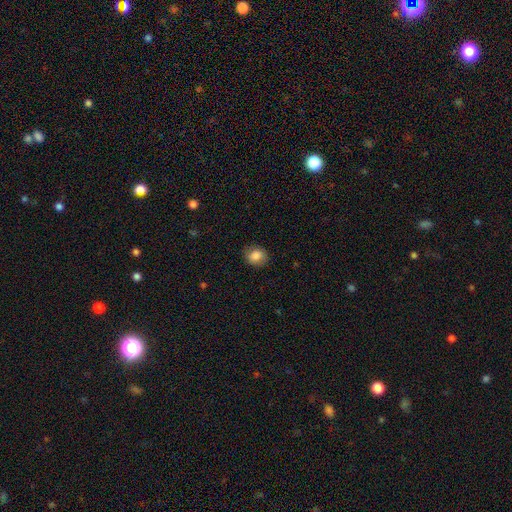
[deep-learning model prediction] This appears to be a smooth galaxy with no disk features (84%) that is round (59%). Merging: none (82%).